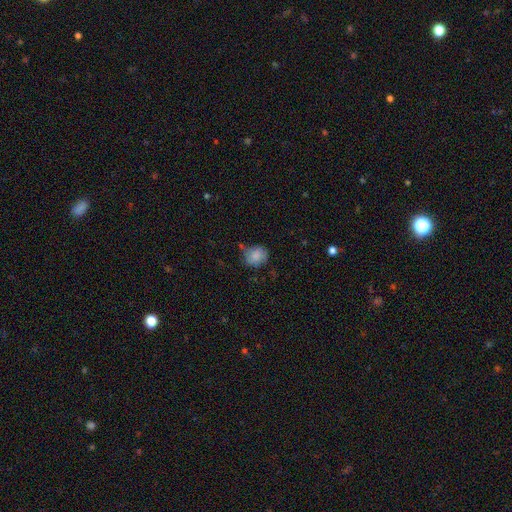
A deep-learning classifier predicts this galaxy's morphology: Overall: smooth (79%). How rounded: round (66%; in between 33%). Merging: none (57%; minor disturbance 30%).